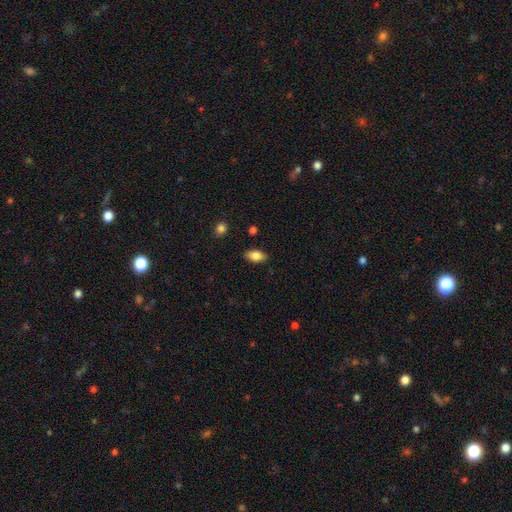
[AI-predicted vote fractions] A smooth galaxy with no disk features (85%) that is in between round and cigar-shaped (91%). Merging: none (85%).